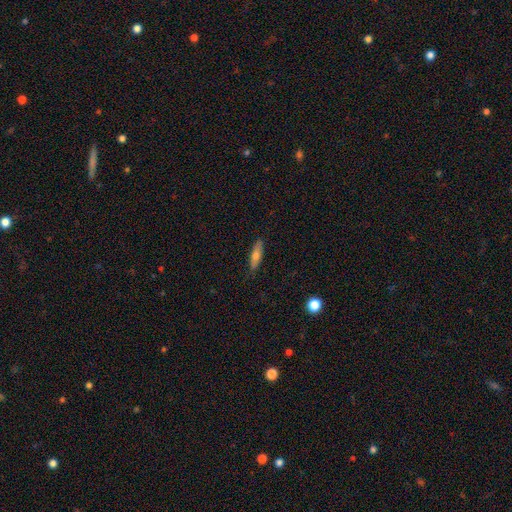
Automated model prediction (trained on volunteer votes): This appears to be a smooth galaxy with no disk features (64%) that is cigar-shaped (70%). Merging: none (85%).